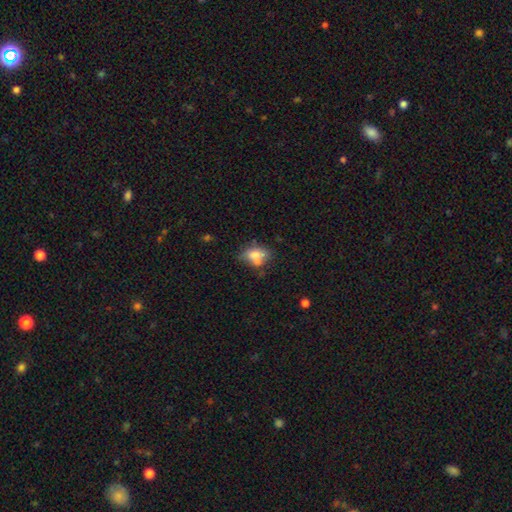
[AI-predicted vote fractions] Overall: smooth (66%). How rounded: in between (69%). Merging: none (39%; merger 26%).